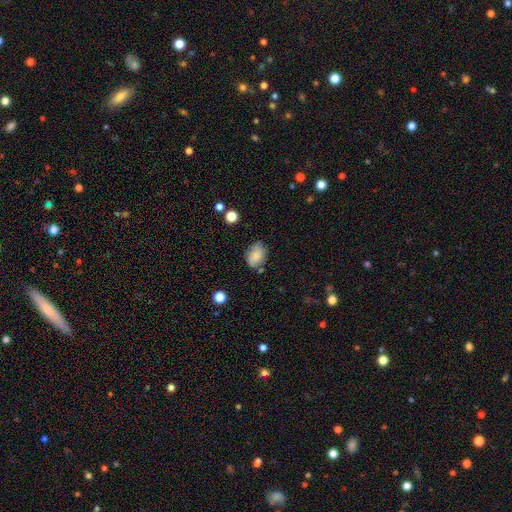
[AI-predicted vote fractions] Q: Smooth or featured?
A: smooth (81%); runner-up: featured or disk (11%)
Q: How rounded?
A: in between (78%); runner-up: round (21%)
Q: Merging?
A: none (68%); runner-up: minor disturbance (23%)